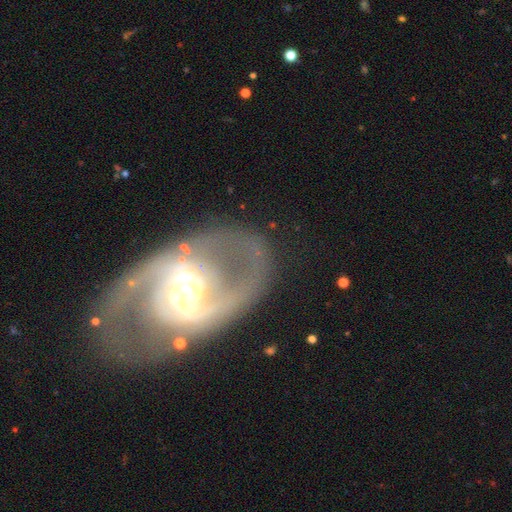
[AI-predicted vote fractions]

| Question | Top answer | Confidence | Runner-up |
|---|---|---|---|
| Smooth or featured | featured or disk | 87% | smooth (7%) |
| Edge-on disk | no | 97% | yes (3%) |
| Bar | weak | 42% | strong (30%) |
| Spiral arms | yes | 92% | no (8%) |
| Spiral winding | medium | 48% | tight (31%) |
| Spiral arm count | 2 | 80% | can't tell (8%) |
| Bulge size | moderate | 58% | small (19%) |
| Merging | none | 67% | minor disturbance (16%) |